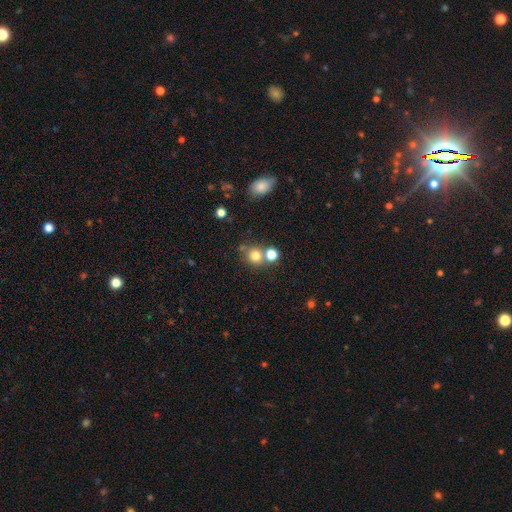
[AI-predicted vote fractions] smooth 77%, star or artifact 14%, featured or disk 9%. Down the decision tree: how rounded — round (84%); merging — none (60%).